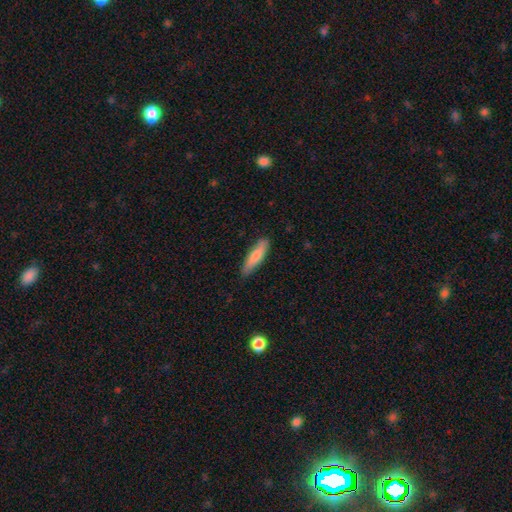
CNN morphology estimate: Smooth or featured?
  - smooth: 75% *
  - featured or disk: 20%
  - star or artifact: 5%
How rounded?
  - cigar-shaped: 74% *
  - in between: 25%
  - round: 2%
Merging?
  - none: 84% *
  - minor disturbance: 13%
  - major disturbance: 2%
  - merger: 1%